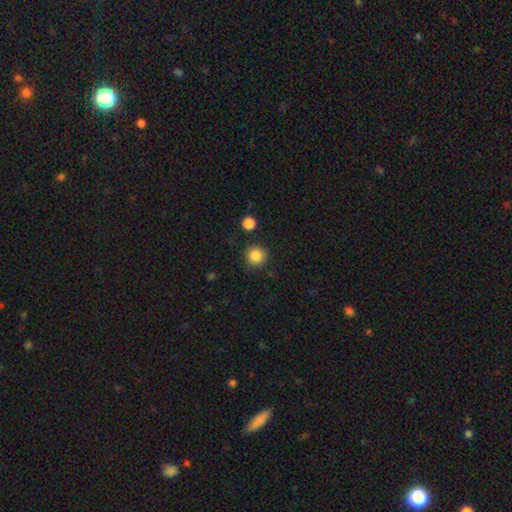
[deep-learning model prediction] The model was most divided on "smooth or featured": smooth: 86%, star or artifact: 10%, featured or disk: 4%. More confident: how rounded — round (95%); merging — none (88%).